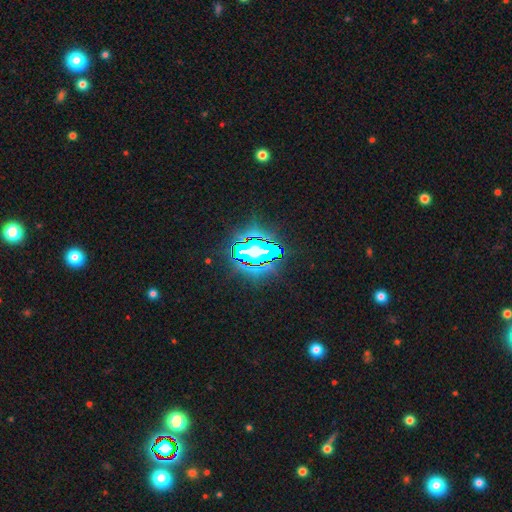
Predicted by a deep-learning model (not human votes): A star or artifact, not a galaxy (81%).

Vote fractions:
- Smooth or featured? star or artifact: 81% / smooth: 11% / featured or disk: 8%